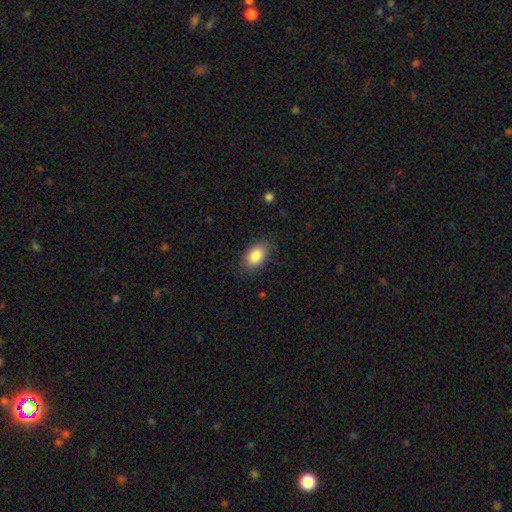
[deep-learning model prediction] The model was most divided on "merging": none: 83%, minor disturbance: 13%, major disturbance: 3%, merger: 1%. More confident: how rounded — in between (88%); smooth or featured — smooth (87%).